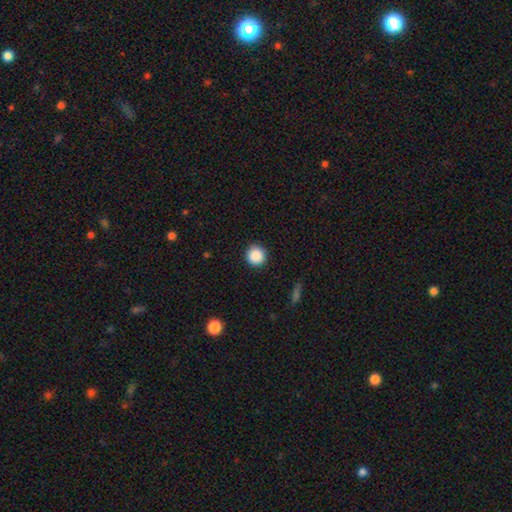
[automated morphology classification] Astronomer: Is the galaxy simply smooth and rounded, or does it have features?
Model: smooth — 88%.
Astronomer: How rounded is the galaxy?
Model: round — 95%.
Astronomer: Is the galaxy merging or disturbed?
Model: none — 91%.